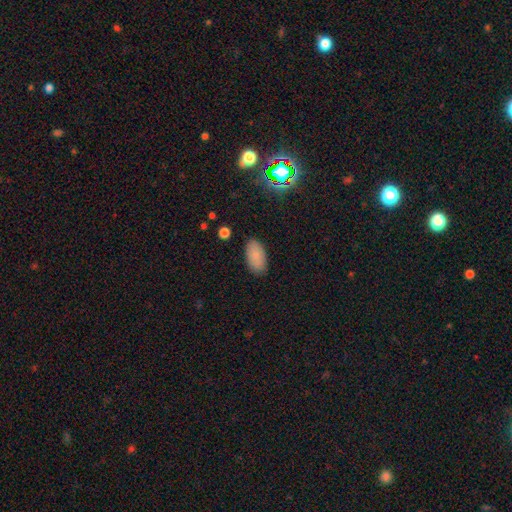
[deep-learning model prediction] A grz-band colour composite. It shows a smooth galaxy with no disk features (82%) that is in between round and cigar-shaped (94%). Merging: none (85%).